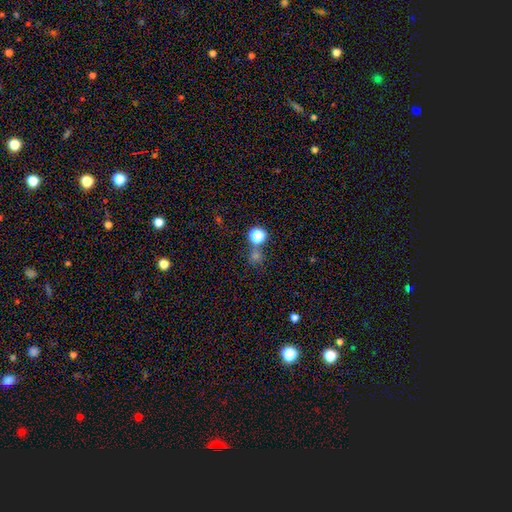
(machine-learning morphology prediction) Smooth or featured: smooth — 64% (star or artifact — 29%)
How rounded: round — 89% (in between — 10%)
Merging: none — 66% (merger — 22%)